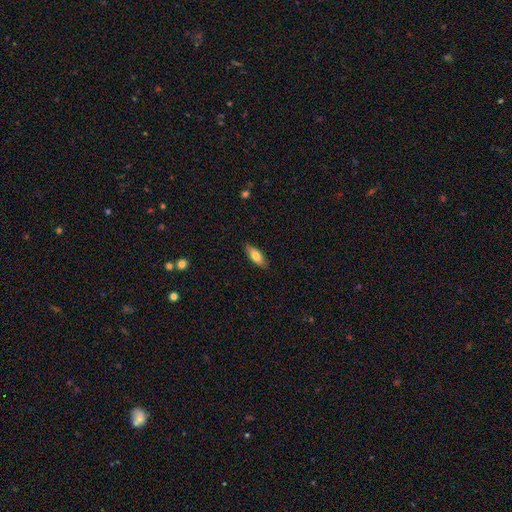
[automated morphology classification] A smooth galaxy with no disk features (74%) that is in between round and cigar-shaped (71%). Merging: none (85%).